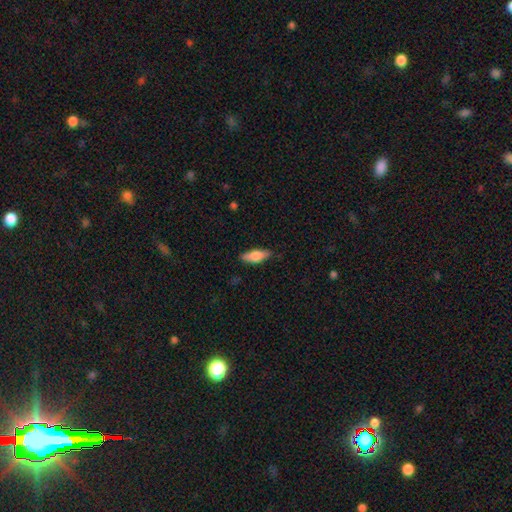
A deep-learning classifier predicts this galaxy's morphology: This appears to be a smooth galaxy with no disk features (71%) that is in between round and cigar-shaped (62%). Merging: none (83%).